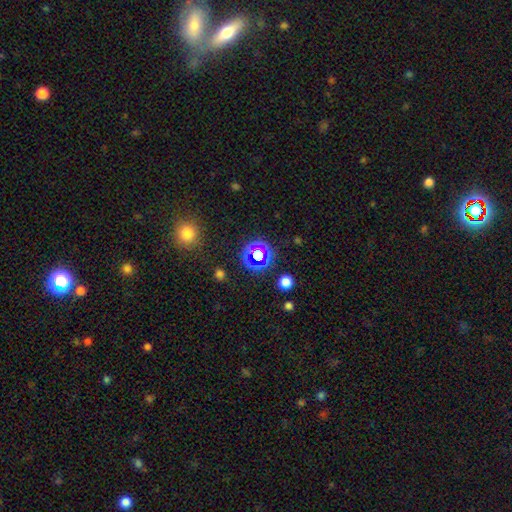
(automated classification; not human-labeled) The model was most divided on "smooth or featured": star or artifact: 61%, smooth: 28%, featured or disk: 11%.